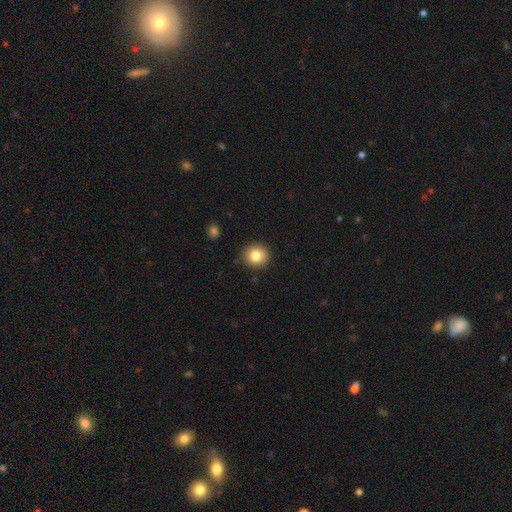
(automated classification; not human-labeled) Smooth or featured?
  - smooth: 82% *
  - star or artifact: 10%
  - featured or disk: 8%
How rounded?
  - round: 89% *
  - in between: 10%
  - cigar-shaped: 1%
Merging?
  - none: 91% *
  - minor disturbance: 6%
  - major disturbance: 2%
  - merger: 1%